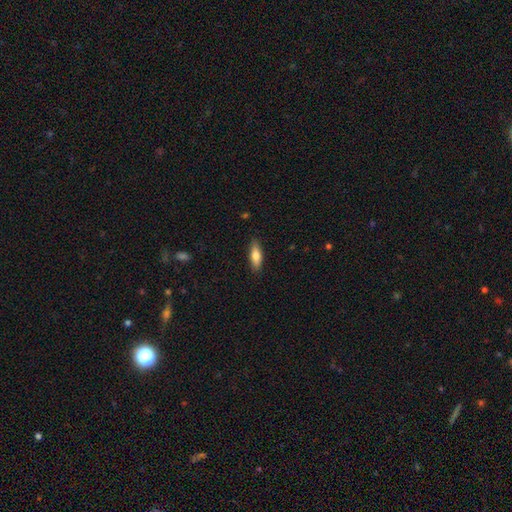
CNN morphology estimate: Smooth or featured? smooth (73%)
How rounded? in between (55%)
Merging? none (87%)